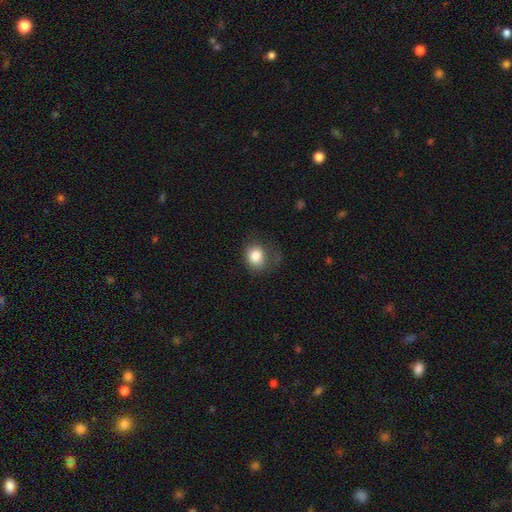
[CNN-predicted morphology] A smooth galaxy with no disk features (83%) that is round (60%).

Vote fractions:
- Smooth or featured? smooth: 83% / star or artifact: 10% / featured or disk: 8%
- How rounded? round: 60% / in between: 39% / cigar-shaped: 1%
- Merging? none: 53% / minor disturbance: 27% / major disturbance: 18% / merger: 2%